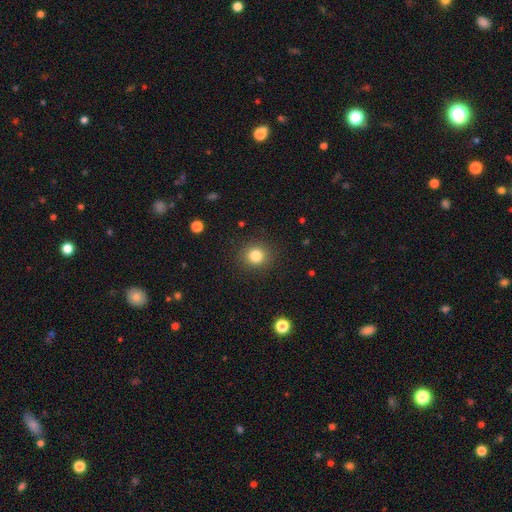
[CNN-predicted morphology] Q: Smooth or featured?
A: smooth (82%); runner-up: star or artifact (12%)
Q: How rounded?
A: round (89%); runner-up: in between (11%)
Q: Merging?
A: none (89%); runner-up: minor disturbance (7%)